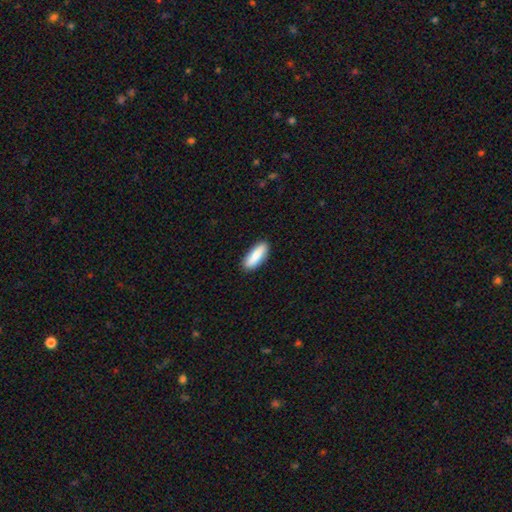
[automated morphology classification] type=smooth (84%); roundness=in between (60%); merging=none (89%).